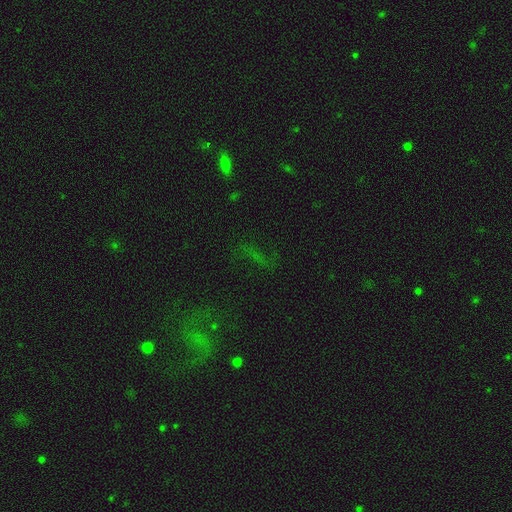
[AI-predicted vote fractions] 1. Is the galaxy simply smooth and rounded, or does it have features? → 58% star or artifact, 25% smooth, 17% featured or disk.